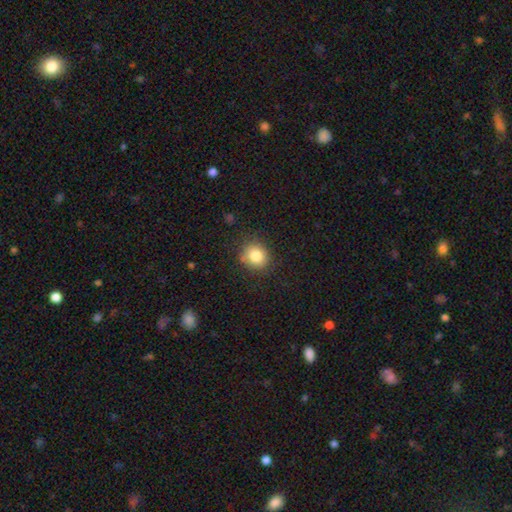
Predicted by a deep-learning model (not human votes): smooth-or-featured: smooth: 82% | star or artifact: 10% | featured or disk: 8%
  how-rounded: round: 80% | in between: 19% | cigar-shaped: 1%
  merging: none: 82% | minor disturbance: 13% | major disturbance: 3% | merger: 2%